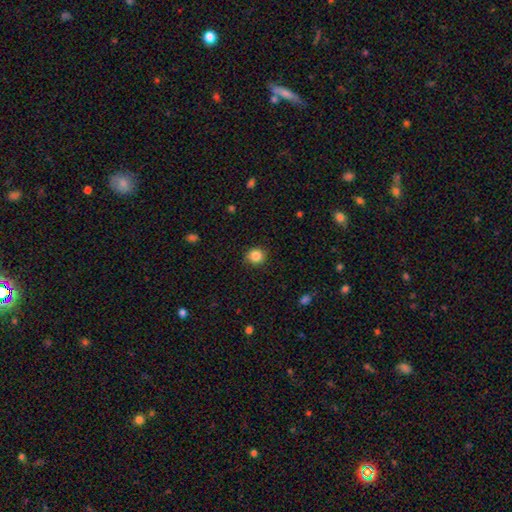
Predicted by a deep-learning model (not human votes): This is clearly a smooth galaxy (86%). How rounded: clearly round (89%). Merging: clearly none (88%).